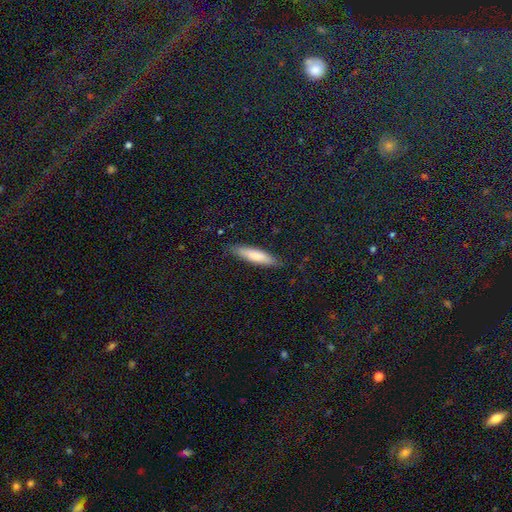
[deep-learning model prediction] Smooth or featured? smooth (78%)
How rounded? cigar-shaped (75%)
Merging? none (85%)